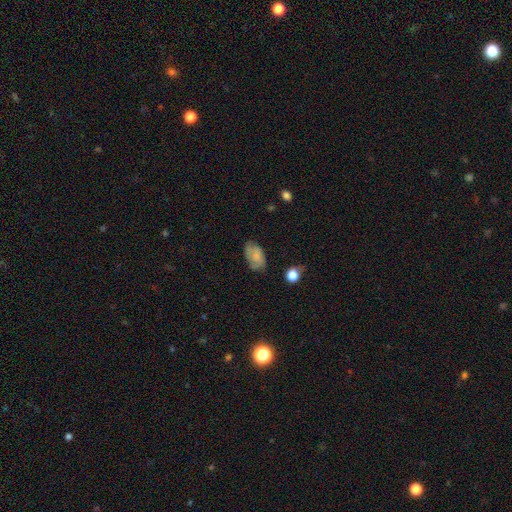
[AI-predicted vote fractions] Morphology: type=smooth (71%); roundness=in between (92%); merging=none (66%).